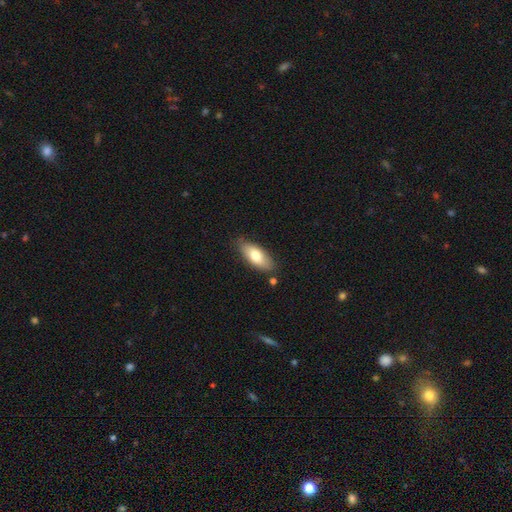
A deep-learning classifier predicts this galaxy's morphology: The model was most divided on "smooth or featured": smooth: 73%, featured or disk: 21%, star or artifact: 6%. More confident: how rounded — in between (81%); merging — none (79%).